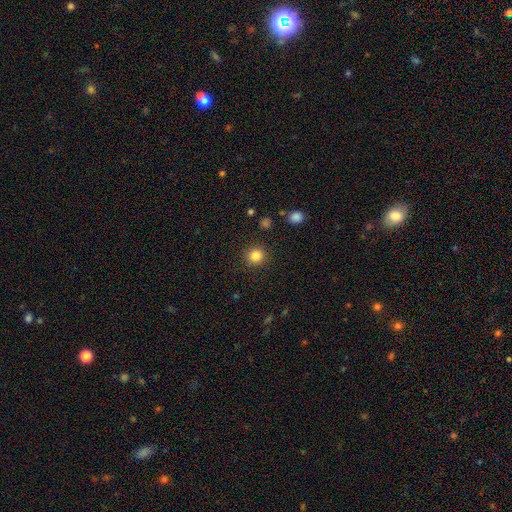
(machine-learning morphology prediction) This is clearly a smooth galaxy (84%). How rounded: clearly round (91%). Merging: clearly none (91%).